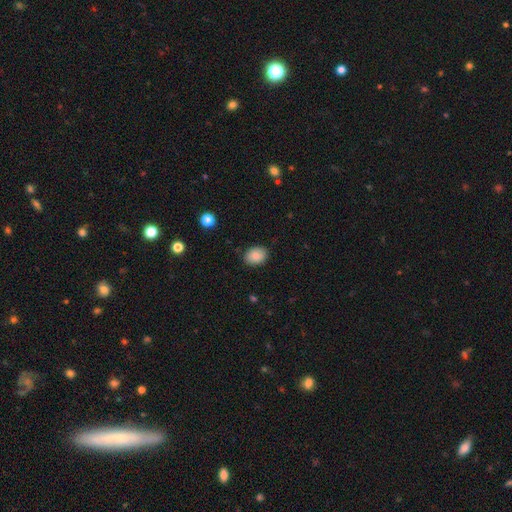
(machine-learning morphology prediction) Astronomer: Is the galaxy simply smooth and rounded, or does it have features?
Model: smooth — 85%.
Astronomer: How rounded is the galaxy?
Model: in between — 64%.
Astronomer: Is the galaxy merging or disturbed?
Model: none — 87%.